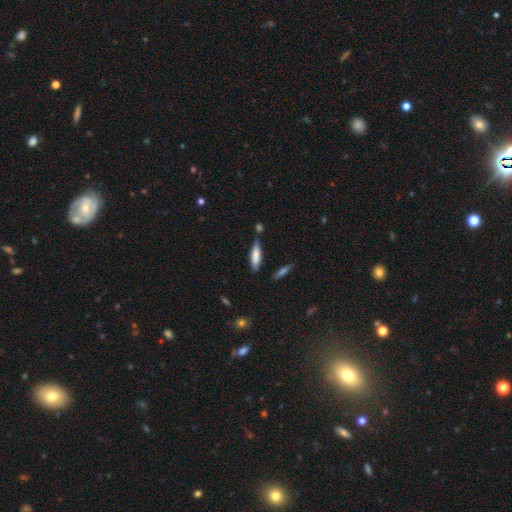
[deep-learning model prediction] Smooth or featured?
  - smooth: 77% *
  - featured or disk: 16%
  - star or artifact: 7%
How rounded?
  - cigar-shaped: 68% *
  - in between: 31%
  - round: 1%
Merging?
  - none: 70% *
  - minor disturbance: 19%
  - merger: 7%
  - major disturbance: 4%